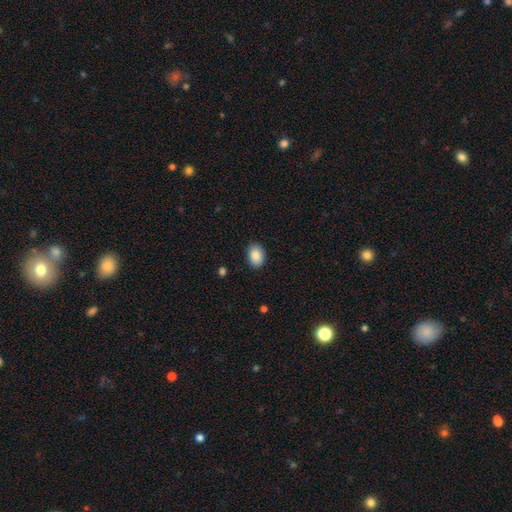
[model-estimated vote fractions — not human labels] A smooth galaxy with no disk features (87%) that is in between round and cigar-shaped (76%). Merging: none (88%).